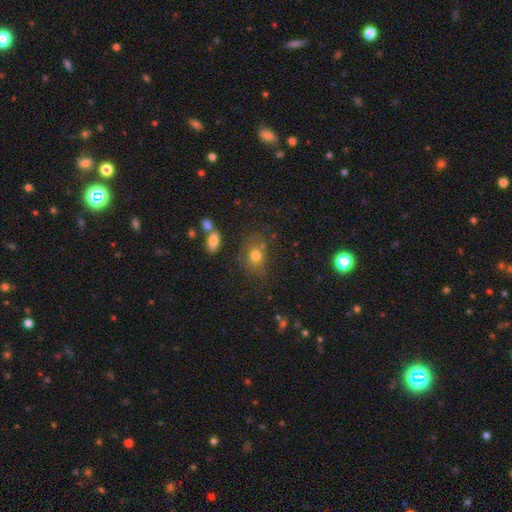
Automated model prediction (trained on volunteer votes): Smooth or featured: smooth — 74% (star or artifact — 14%)
How rounded: in between — 50% (round — 49%)
Merging: none — 66% (minor disturbance — 19%)